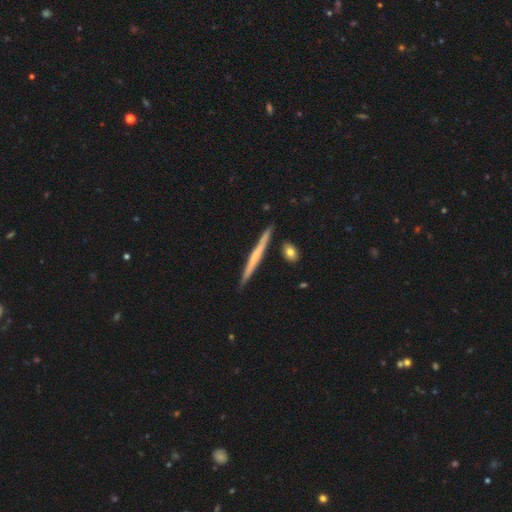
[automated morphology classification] smooth_or_featured: featured or disk (p=0.55) [alt: smooth p=0.39]
disk_edge_on: yes (p=0.97) [alt: no p=0.03]
edge_on_bulge: none (p=0.70) [alt: rounded p=0.22]
merging: none (p=0.88) [alt: minor disturbance p=0.08]